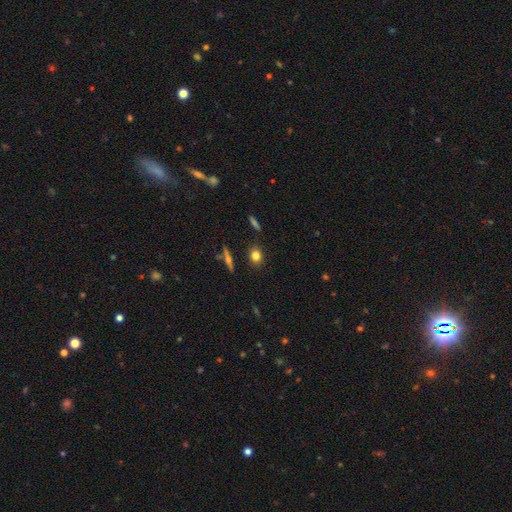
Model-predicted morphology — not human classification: The model was most divided on "how rounded": round: 52%, in between: 43%, cigar-shaped: 4%. More confident: merging — none (85%); smooth or featured — smooth (79%).